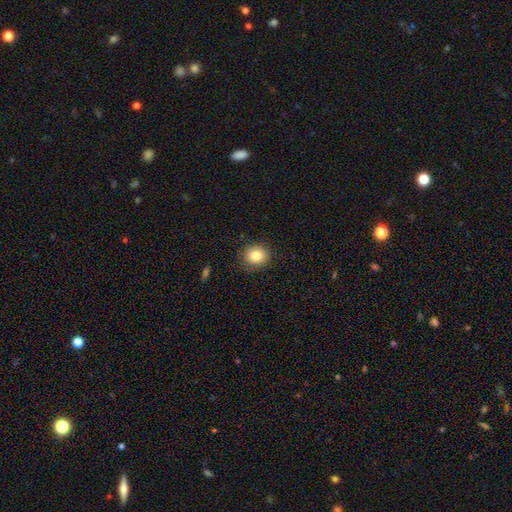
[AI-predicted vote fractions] smooth 81%, star or artifact 11%, featured or disk 8%. Down the decision tree: how rounded — round (81%); merging — none (88%).